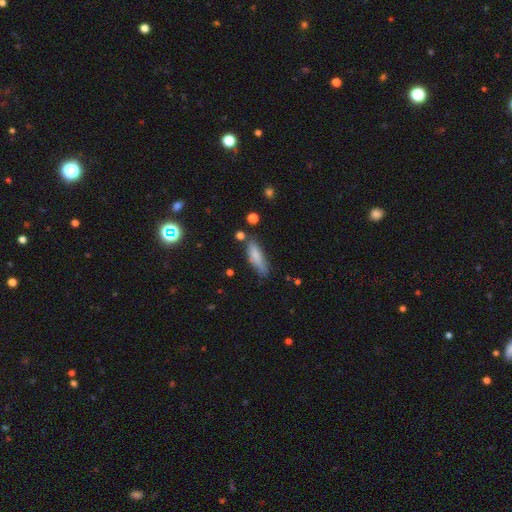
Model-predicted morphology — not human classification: Q: Smooth or featured?
A: smooth (78%); runner-up: featured or disk (14%)
Q: How rounded?
A: cigar-shaped (57%); runner-up: in between (41%)
Q: Merging?
A: none (64%); runner-up: minor disturbance (24%)